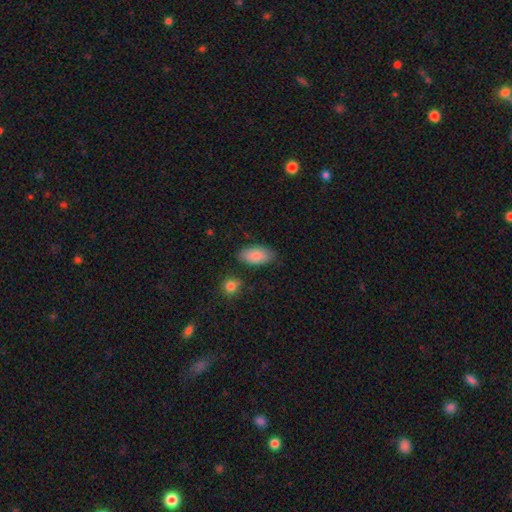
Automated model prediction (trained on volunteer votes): Morphology: type=smooth (86%); roundness=in between (93%); merging=none (80%).